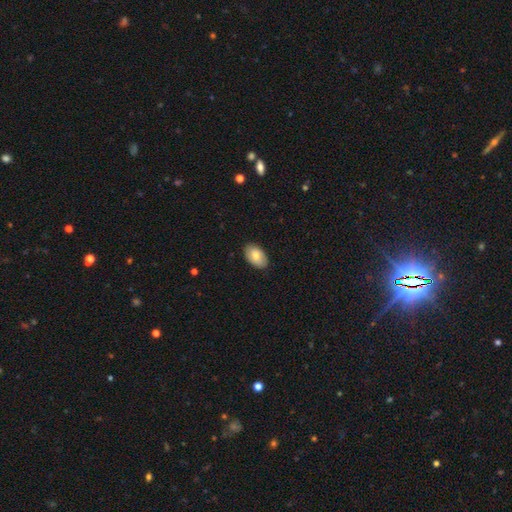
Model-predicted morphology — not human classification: A smooth galaxy with no disk features (80%) that is in between round and cigar-shaped (92%). Merging: none (87%).